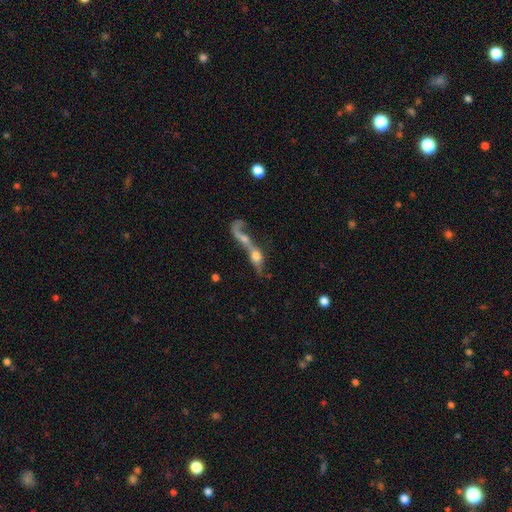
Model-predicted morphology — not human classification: This appears to be a featured or disk galaxy (50%). Merging: merger (71%).